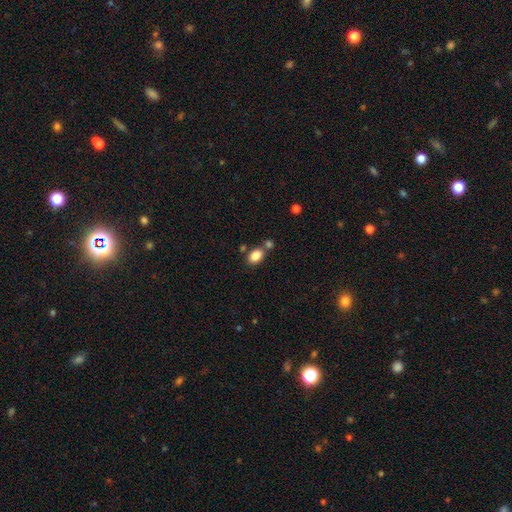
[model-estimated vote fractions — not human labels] Morphology: type=smooth (86%); roundness=in between (85%); merging=none (64%).